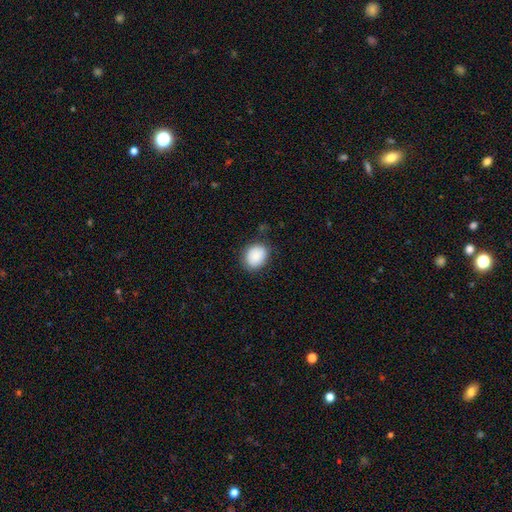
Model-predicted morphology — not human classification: Q: Smooth or featured?
A: smooth (88%); runner-up: star or artifact (7%)
Q: How rounded?
A: round (58%); runner-up: in between (41%)
Q: Merging?
A: none (82%); runner-up: minor disturbance (13%)